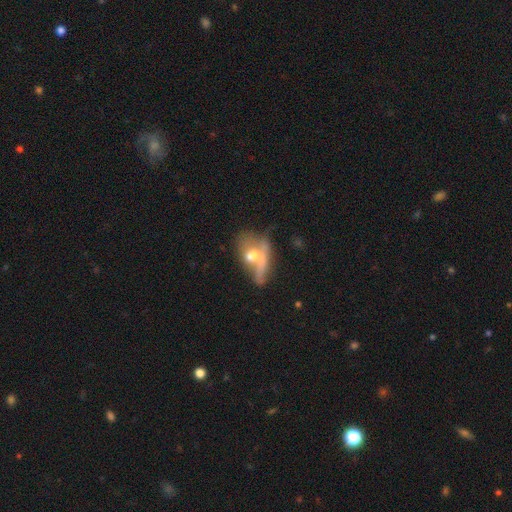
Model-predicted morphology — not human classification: smooth-or-featured: smooth: 49% | featured or disk: 41% | star or artifact: 11%
  merging: merger: 43% | major disturbance: 24% | none: 21% | minor disturbance: 12%